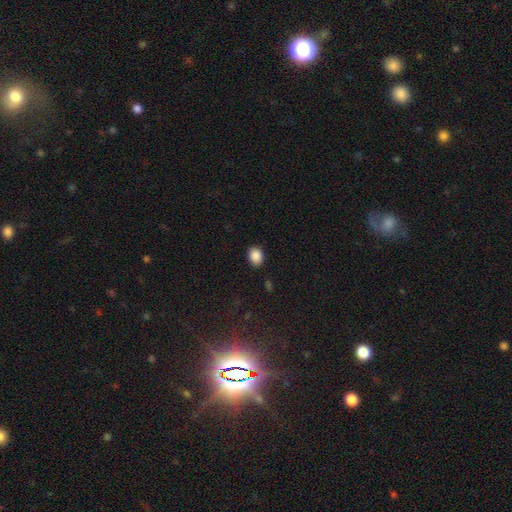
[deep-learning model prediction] A smooth galaxy with no disk features (88%) that is in between round and cigar-shaped (56%).

Vote fractions:
- Smooth or featured? smooth: 88% / star or artifact: 9% / featured or disk: 3%
- How rounded? in between: 56% / round: 44% / cigar-shaped: 1%
- Merging? none: 85% / minor disturbance: 11% / major disturbance: 2% / merger: 1%